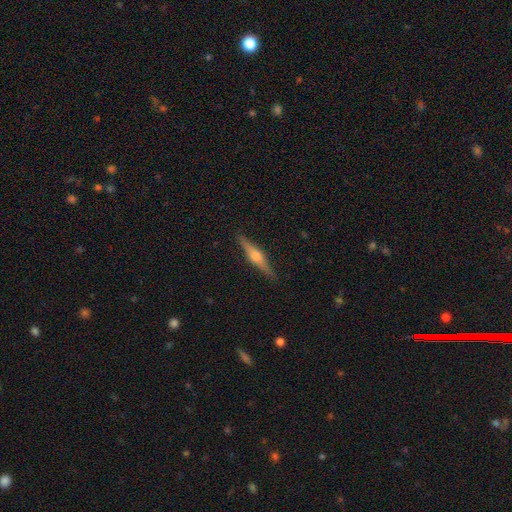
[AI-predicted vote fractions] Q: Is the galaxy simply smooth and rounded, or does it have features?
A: featured or disk — 74%.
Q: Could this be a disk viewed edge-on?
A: yes — 98%.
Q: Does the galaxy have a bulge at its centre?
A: rounded — 92%.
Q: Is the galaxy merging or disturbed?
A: none — 90%.